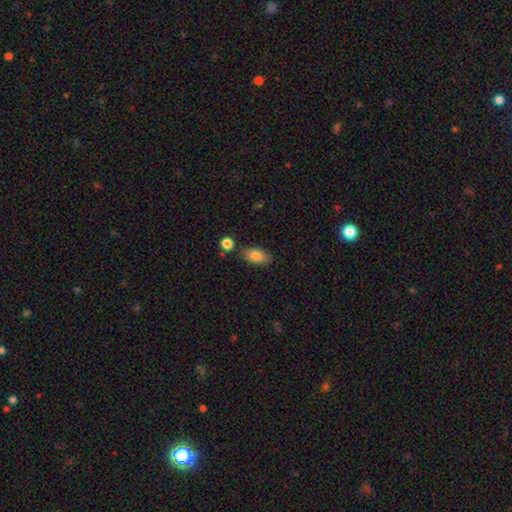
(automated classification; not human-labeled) A smooth galaxy with no disk features (84%) that is in between round and cigar-shaped (90%).

Vote fractions:
- Smooth or featured? smooth: 84% / featured or disk: 9% / star or artifact: 7%
- How rounded? in between: 90% / cigar-shaped: 5% / round: 5%
- Merging? none: 78% / minor disturbance: 13% / merger: 6% / major disturbance: 3%